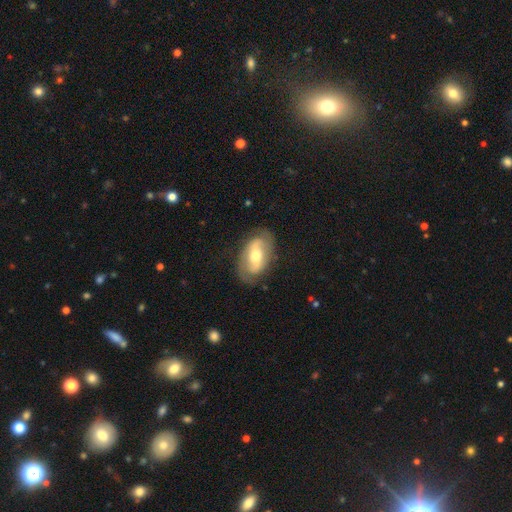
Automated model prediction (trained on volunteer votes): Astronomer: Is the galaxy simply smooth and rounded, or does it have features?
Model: featured or disk — 62%.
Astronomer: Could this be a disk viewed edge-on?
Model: no — 92%.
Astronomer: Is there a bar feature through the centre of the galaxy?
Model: weak — 36% (runner-up: strong, 34%).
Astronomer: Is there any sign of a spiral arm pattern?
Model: yes — 64%.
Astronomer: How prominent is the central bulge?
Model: moderate — 69%.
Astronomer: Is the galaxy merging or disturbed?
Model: none — 75%.